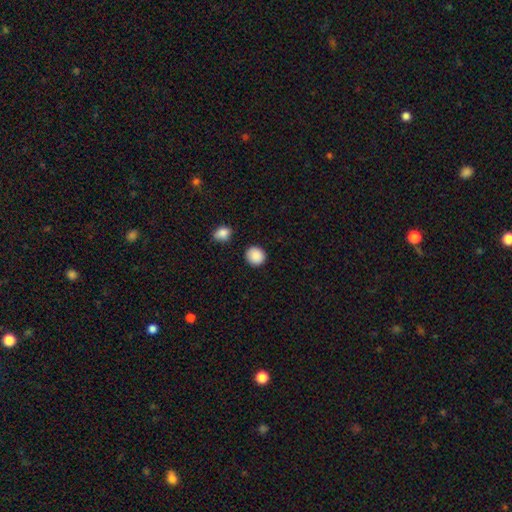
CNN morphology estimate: A smooth galaxy with no disk features (89%) that is round (87%).

Vote fractions:
- Smooth or featured? smooth: 89% / star or artifact: 8% / featured or disk: 3%
- How rounded? round: 87% / in between: 12% / cigar-shaped: 1%
- Merging? none: 89% / minor disturbance: 7% / major disturbance: 2% / merger: 2%